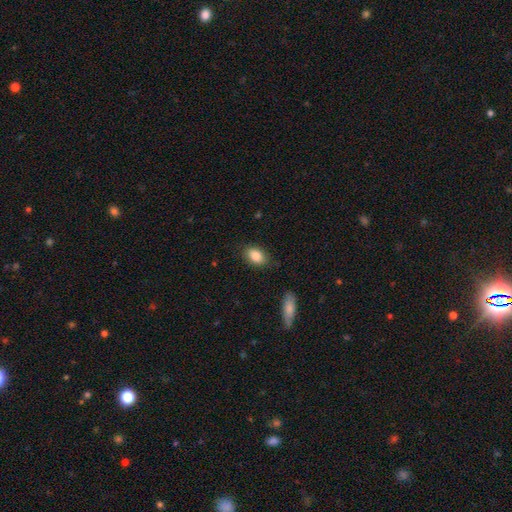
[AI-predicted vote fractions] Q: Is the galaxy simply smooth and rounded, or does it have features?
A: smooth — 84%.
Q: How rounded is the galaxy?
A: in between — 86%.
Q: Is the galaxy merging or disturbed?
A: none — 84%.